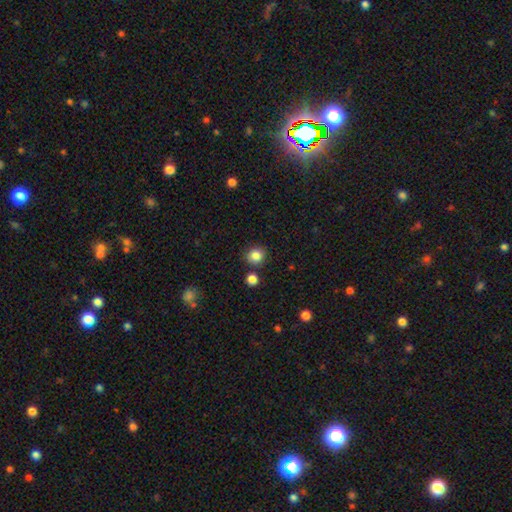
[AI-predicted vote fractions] smooth 84%, star or artifact 11%, featured or disk 5%. Down the decision tree: how rounded — round (84%); merging — none (83%).